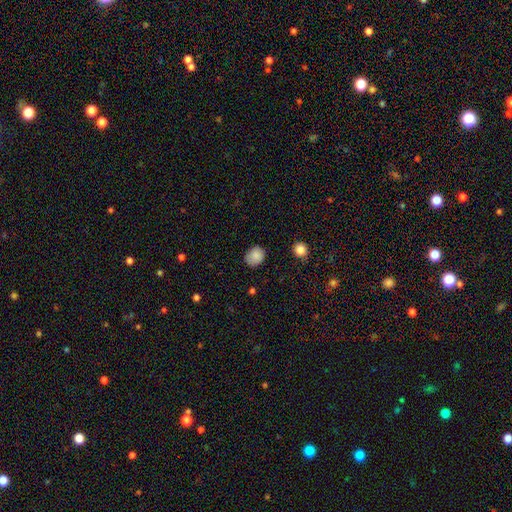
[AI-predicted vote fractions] A smooth galaxy with no disk features (86%) that is round (58%).

Vote fractions:
- Smooth or featured? smooth: 86% / star or artifact: 9% / featured or disk: 5%
- How rounded? round: 58% / in between: 41% / cigar-shaped: 1%
- Merging? none: 76% / minor disturbance: 19% / major disturbance: 4% / merger: 1%